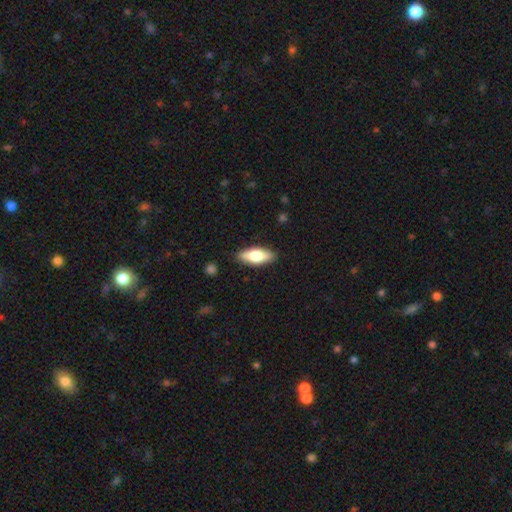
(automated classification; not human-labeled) This is likely a smooth galaxy (68%). How rounded: likely in between (74%). Merging: clearly none (88%).